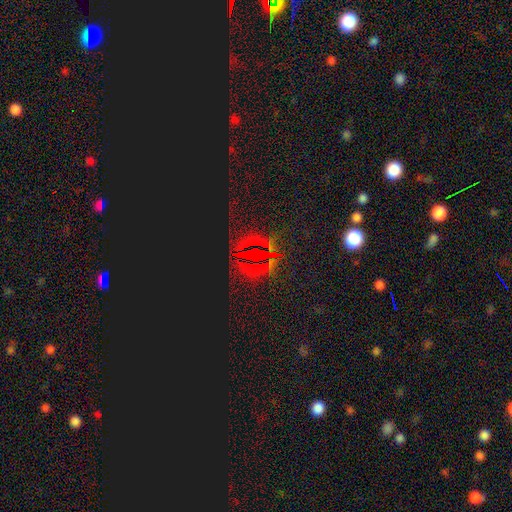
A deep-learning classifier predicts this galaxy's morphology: smooth_or_featured: star or artifact (p=0.86) [alt: smooth p=0.07]